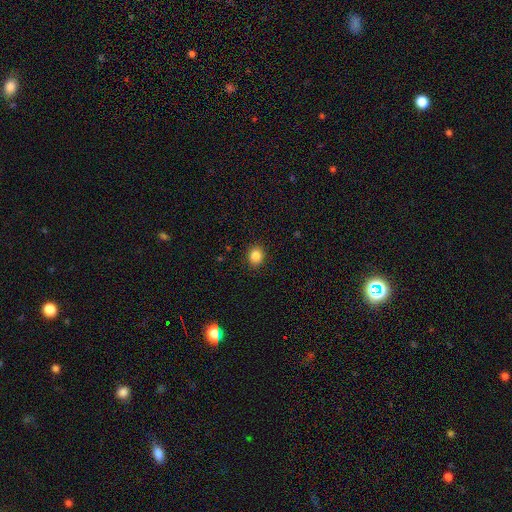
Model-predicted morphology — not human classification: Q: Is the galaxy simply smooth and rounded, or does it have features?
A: smooth — 85%.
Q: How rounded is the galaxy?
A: round — 76%.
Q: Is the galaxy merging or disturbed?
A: none — 91%.